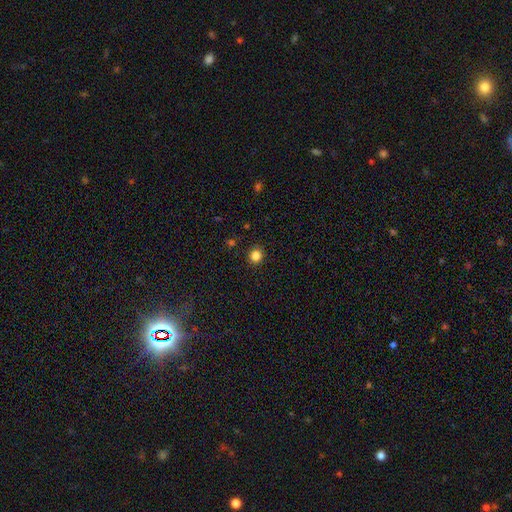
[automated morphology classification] smooth-or-featured: smooth: 83% | star or artifact: 12% | featured or disk: 4%
  how-rounded: round: 92% | in between: 7% | cigar-shaped: 1%
  merging: none: 92% | minor disturbance: 5% | major disturbance: 2% | merger: 1%